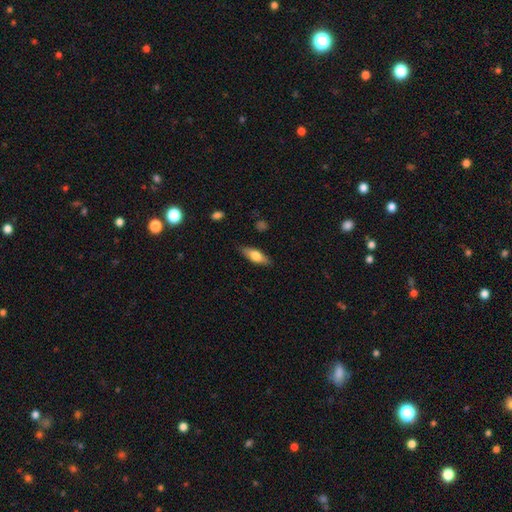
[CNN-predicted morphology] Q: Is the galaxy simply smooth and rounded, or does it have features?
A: smooth — 64%.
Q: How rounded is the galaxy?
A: in between — 61%.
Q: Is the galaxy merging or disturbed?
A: none — 84%.